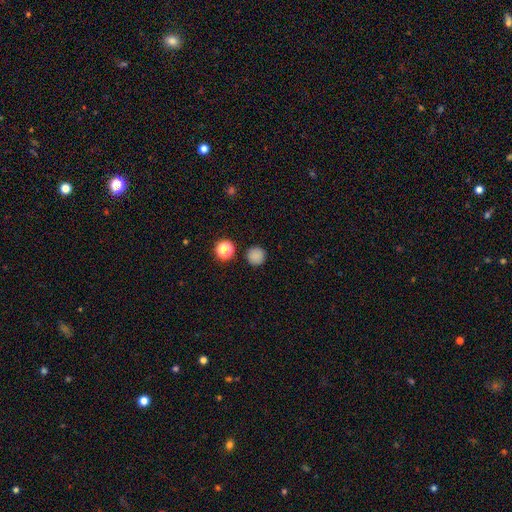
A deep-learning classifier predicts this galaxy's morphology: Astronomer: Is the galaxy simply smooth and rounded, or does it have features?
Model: smooth — 83%.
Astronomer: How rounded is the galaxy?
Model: round — 95%.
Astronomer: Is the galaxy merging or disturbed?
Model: none — 89%.